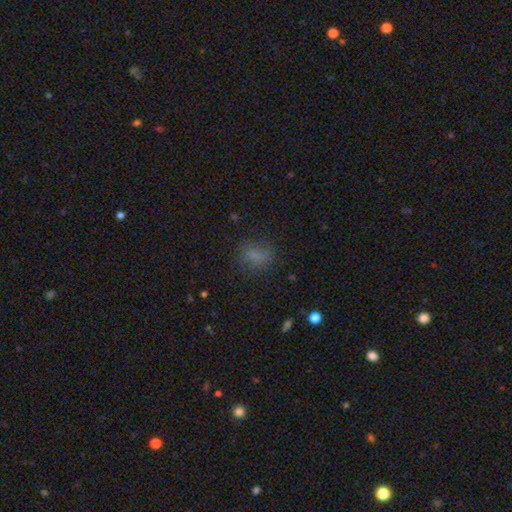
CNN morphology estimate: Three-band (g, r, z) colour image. It shows a smooth galaxy with no disk features (74%) that is in between round and cigar-shaped (67%). Merging: none (71%).